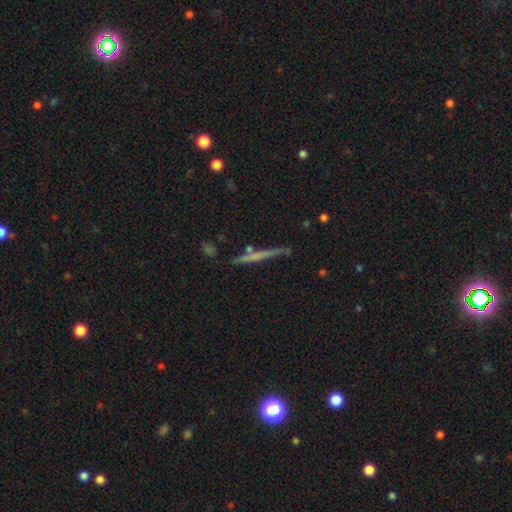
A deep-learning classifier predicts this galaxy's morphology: Q: Smooth or featured?
A: featured or disk (52%); runner-up: smooth (41%)
Q: Edge-on disk?
A: yes (96%); runner-up: no (4%)
Q: Edge-on bulge?
A: none (77%); runner-up: rounded (16%)
Q: Merging?
A: none (82%); runner-up: minor disturbance (12%)